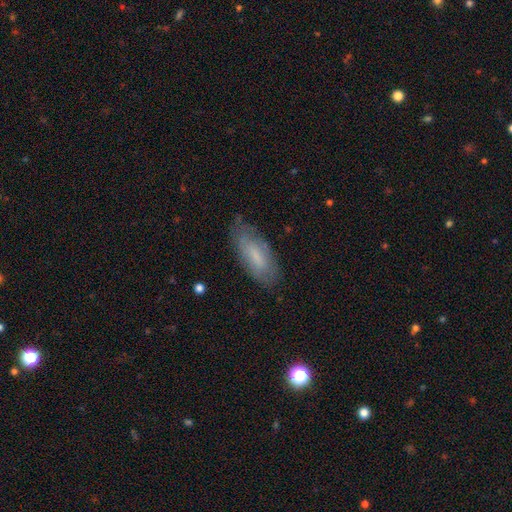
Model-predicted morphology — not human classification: smooth-or-featured: smooth: 64% | featured or disk: 29% | star or artifact: 7%
  how-rounded: in between: 76% | cigar-shaped: 22% | round: 2%
  merging: none: 73% | minor disturbance: 20% | major disturbance: 5% | merger: 1%